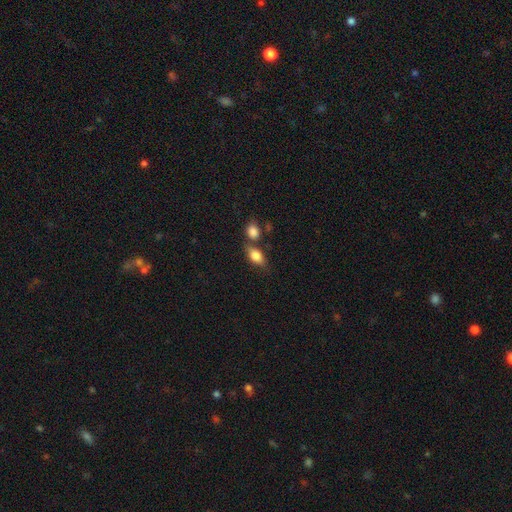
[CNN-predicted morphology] This appears to be a smooth galaxy with no disk features (79%) that is in between round and cigar-shaped (82%). Merging: none (53%).